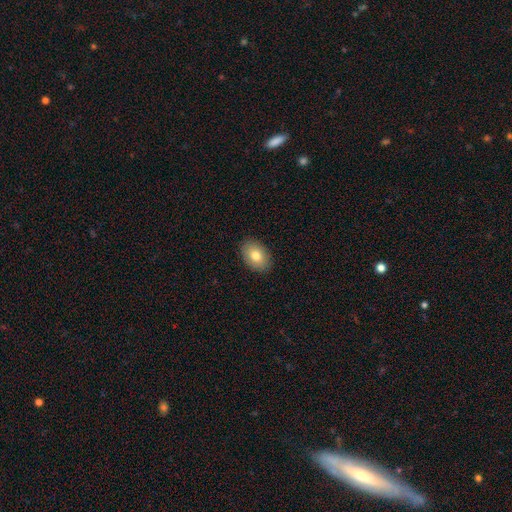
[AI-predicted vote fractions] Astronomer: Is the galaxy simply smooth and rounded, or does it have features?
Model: smooth — 80%.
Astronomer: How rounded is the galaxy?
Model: in between — 84%.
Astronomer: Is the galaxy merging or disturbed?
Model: none — 89%.